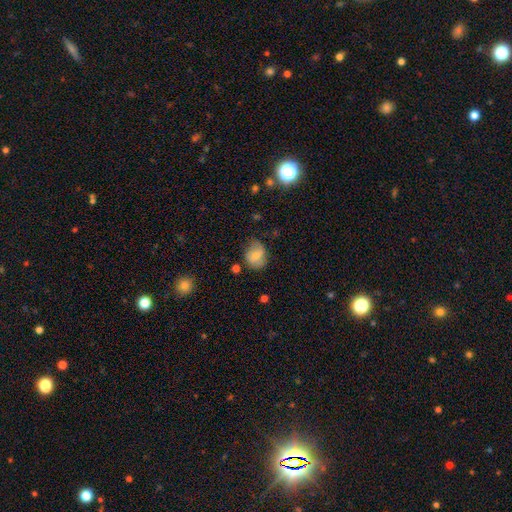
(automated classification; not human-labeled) A smooth galaxy with no disk features (65%) that is in between round and cigar-shaped (53%). Merging: none (57%).